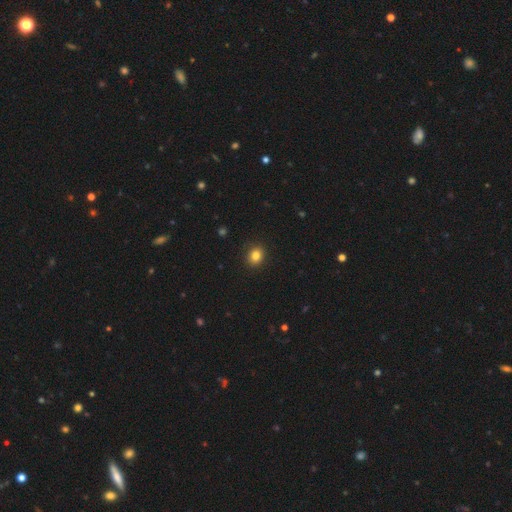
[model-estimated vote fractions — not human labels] Morphology: type=smooth (83%); roundness=round (68%); merging=none (91%).